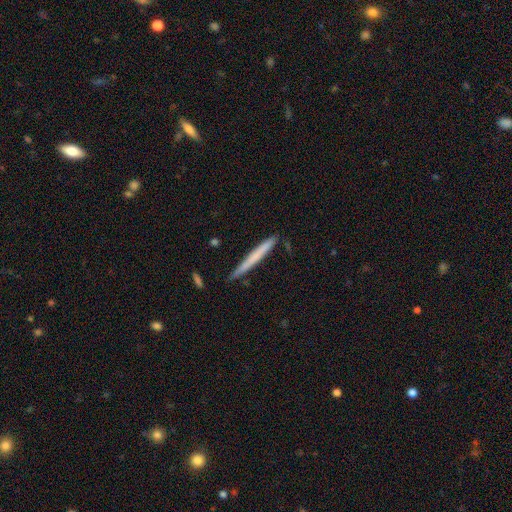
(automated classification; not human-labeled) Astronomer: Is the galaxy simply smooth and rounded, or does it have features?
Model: smooth — 60%.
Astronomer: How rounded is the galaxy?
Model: cigar-shaped — 97%.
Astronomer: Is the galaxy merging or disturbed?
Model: none — 84%.